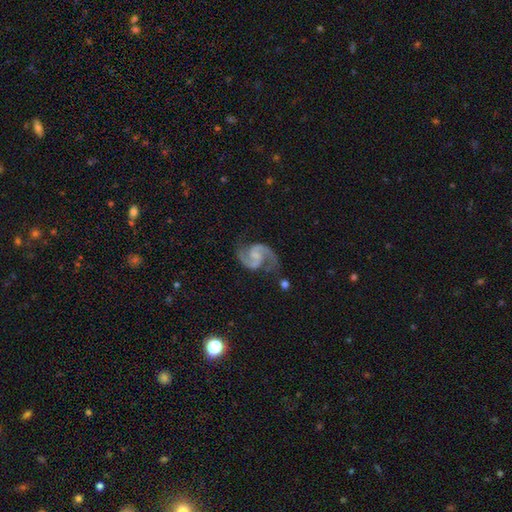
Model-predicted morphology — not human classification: smooth-or-featured: featured or disk: 93% | star or artifact: 4% | smooth: 3%
  disk-edge-on: no: 99% | yes: 1%
    bar: no: 48% | weak: 41% | strong: 10%
    has-spiral-arms: yes: 98% | no: 2%
      spiral-winding: medium: 64% | loose: 21% | tight: 14%
      spiral-arm-count: 2: 94% | can't tell: 1% | 1: 1% | 3: 1% | 4: 1% | more than 4: 1%
    bulge-size: small: 46% | none: 27% | moderate: 24% | large: 2% | dominant: 1%
  merging: none: 73% | minor disturbance: 16% | major disturbance: 7% | merger: 3%